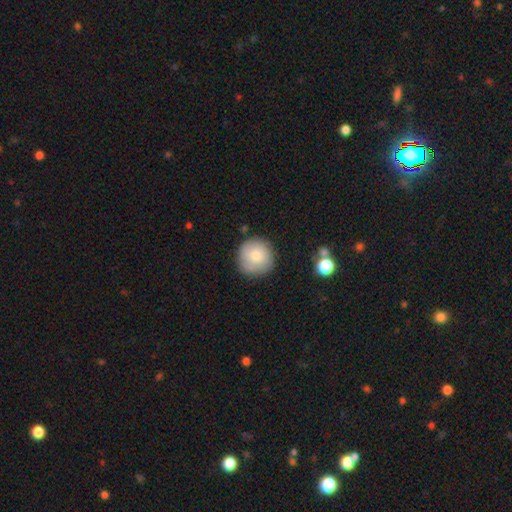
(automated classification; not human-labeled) Morphology: type=smooth (81%); roundness=round (95%); merging=none (83%).